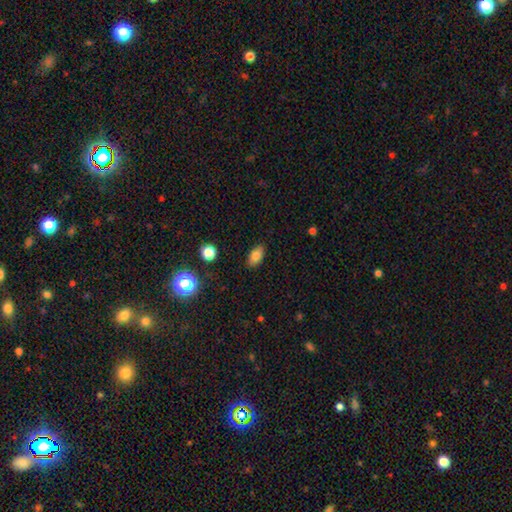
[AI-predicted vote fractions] smooth-or-featured: smooth: 81% | star or artifact: 10% | featured or disk: 9%
  how-rounded: in between: 88% | round: 7% | cigar-shaped: 4%
  merging: none: 85% | minor disturbance: 11% | major disturbance: 2% | merger: 1%